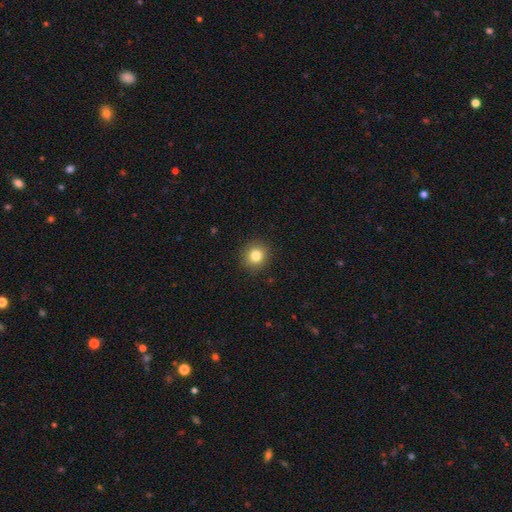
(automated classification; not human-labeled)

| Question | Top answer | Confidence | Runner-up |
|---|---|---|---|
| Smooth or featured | smooth | 82% | star or artifact (11%) |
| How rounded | round | 86% | in between (13%) |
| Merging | none | 91% | minor disturbance (6%) |